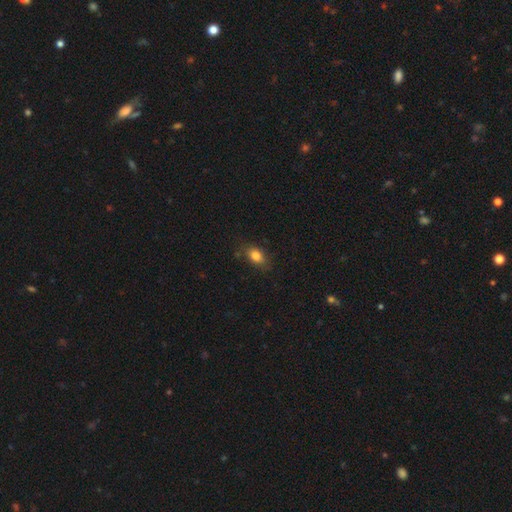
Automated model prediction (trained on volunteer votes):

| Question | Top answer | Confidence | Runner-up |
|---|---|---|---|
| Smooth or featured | smooth | 83% | star or artifact (9%) |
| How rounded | in between | 79% | round (18%) |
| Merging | none | 77% | minor disturbance (18%) |